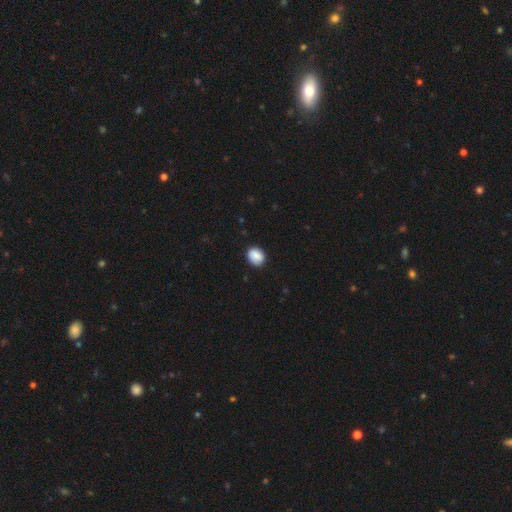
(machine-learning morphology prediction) Q: Smooth or featured?
A: smooth (88%); runner-up: star or artifact (7%)
Q: How rounded?
A: round (52%); runner-up: in between (47%)
Q: Merging?
A: none (86%); runner-up: minor disturbance (11%)